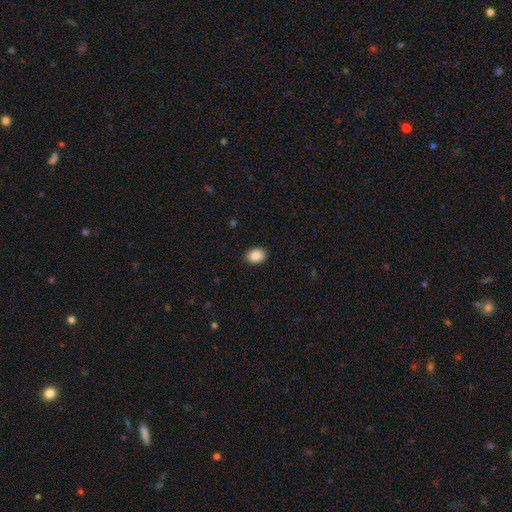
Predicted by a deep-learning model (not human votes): Smooth or featured? Predicted: smooth (p=0.89). How rounded? Predicted: in between (p=0.59). Merging? Predicted: none (p=0.90).